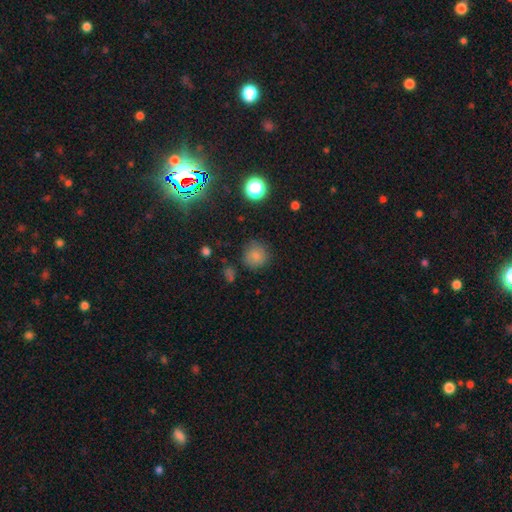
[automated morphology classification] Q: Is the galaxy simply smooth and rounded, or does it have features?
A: smooth — 80%.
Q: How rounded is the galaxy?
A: round — 91%.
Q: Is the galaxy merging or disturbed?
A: none — 82%.